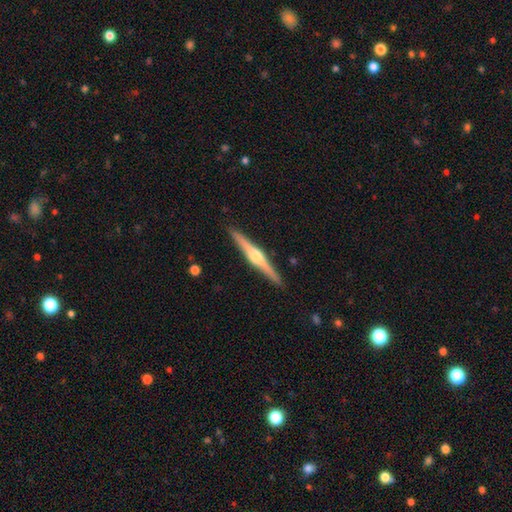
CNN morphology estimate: Smooth or featured? Predicted: featured or disk (p=0.79). Edge-on disk? Predicted: yes (p=0.98). Edge-on bulge? Predicted: rounded (p=0.90). Merging? Predicted: none (p=0.92).